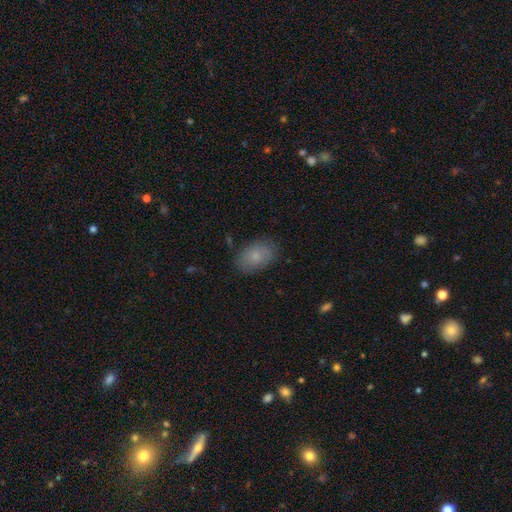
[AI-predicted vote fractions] Smooth or featured? smooth (77%)
How rounded? in between (87%)
Merging? none (81%)